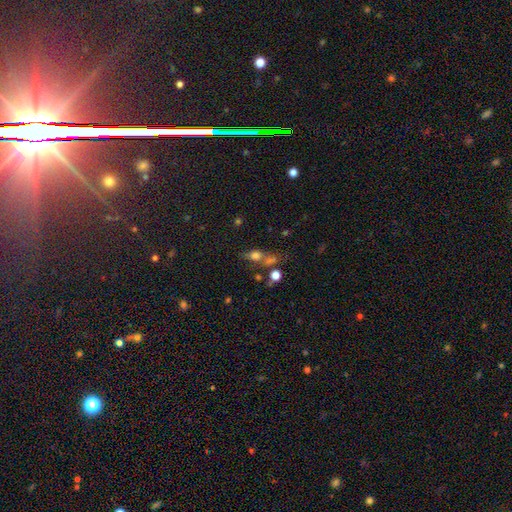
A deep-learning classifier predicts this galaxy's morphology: smooth_or_featured: smooth (p=0.63) [alt: featured or disk p=0.19]
how_rounded: in between (p=0.52) [alt: round p=0.35]
merging: none (p=0.40) [alt: merger p=0.32]